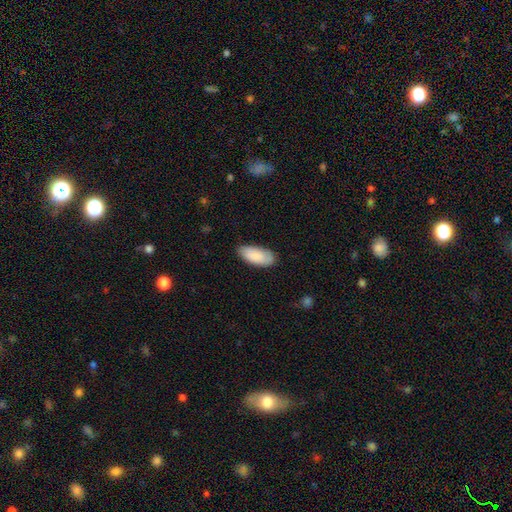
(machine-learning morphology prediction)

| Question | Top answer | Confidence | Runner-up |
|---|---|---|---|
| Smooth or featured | smooth | 86% | featured or disk (8%) |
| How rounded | in between | 91% | cigar-shaped (7%) |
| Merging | none | 79% | minor disturbance (17%) |